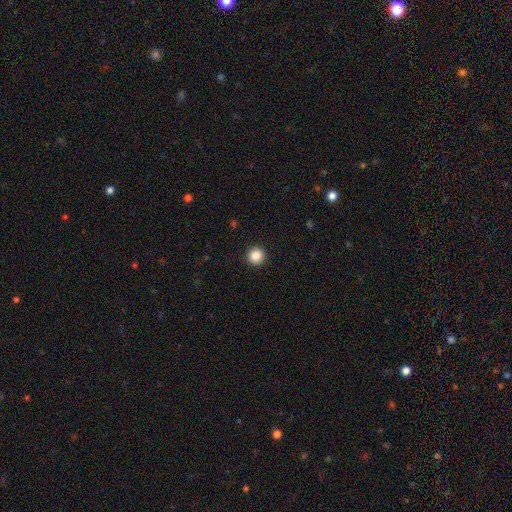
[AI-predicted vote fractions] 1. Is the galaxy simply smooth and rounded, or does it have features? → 87% smooth, 10% star or artifact, 3% featured or disk.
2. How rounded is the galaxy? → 95% round, 4% in between, 1% cigar-shaped.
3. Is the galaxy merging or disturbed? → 93% none, 4% minor disturbance, 2% major disturbance, 1% merger.